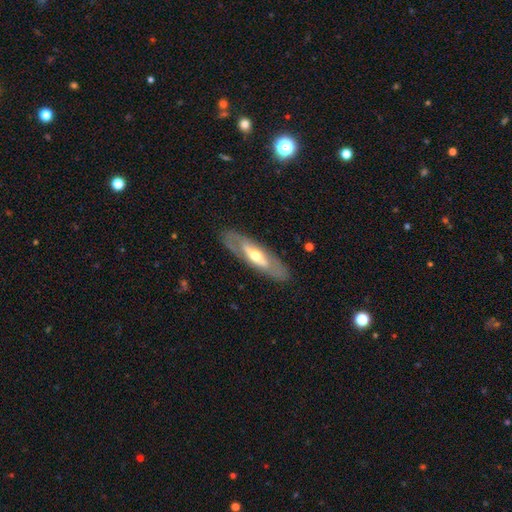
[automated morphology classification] Smooth or featured: featured or disk — 63% (smooth — 32%)
Edge-on disk: no — 61% (yes — 39%)
Merging: none — 83% (minor disturbance — 11%)